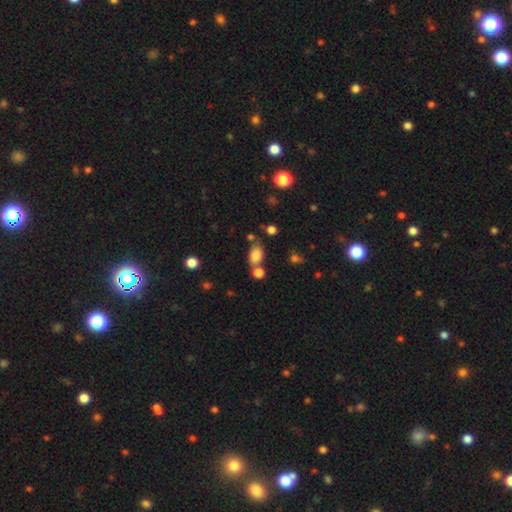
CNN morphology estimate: Smooth or featured: smooth — 81% (star or artifact — 11%)
How rounded: in between — 81% (round — 17%)
Merging: none — 60% (merger — 21%)